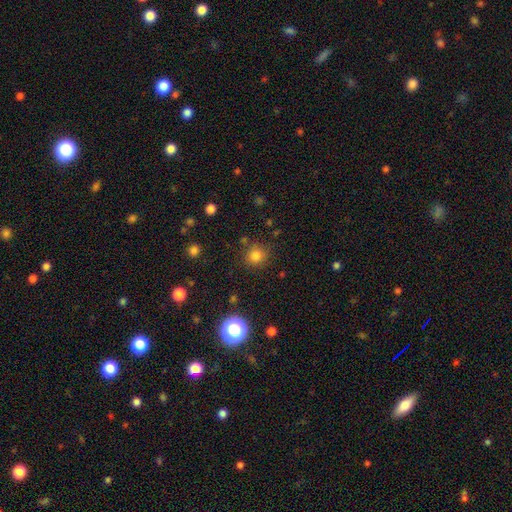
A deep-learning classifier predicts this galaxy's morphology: type=smooth (79%); roundness=round (90%); merging=none (83%).